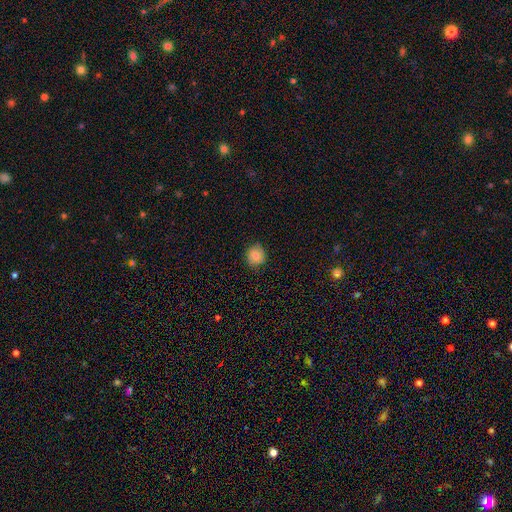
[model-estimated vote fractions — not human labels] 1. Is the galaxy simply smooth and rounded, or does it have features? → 78% smooth, 12% featured or disk, 10% star or artifact.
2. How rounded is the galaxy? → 81% round, 18% in between, 1% cigar-shaped.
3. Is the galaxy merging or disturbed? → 85% none, 12% minor disturbance, 2% major disturbance, 1% merger.